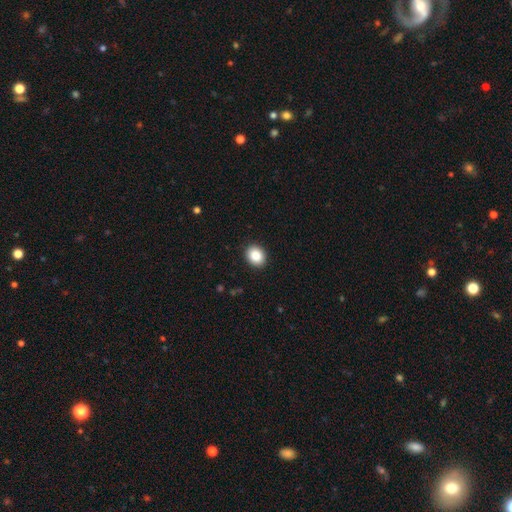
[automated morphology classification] smooth_or_featured: smooth (p=0.88) [alt: star or artifact p=0.08]
how_rounded: round (p=0.50) [alt: in between p=0.49]
merging: none (p=0.90) [alt: minor disturbance p=0.07]